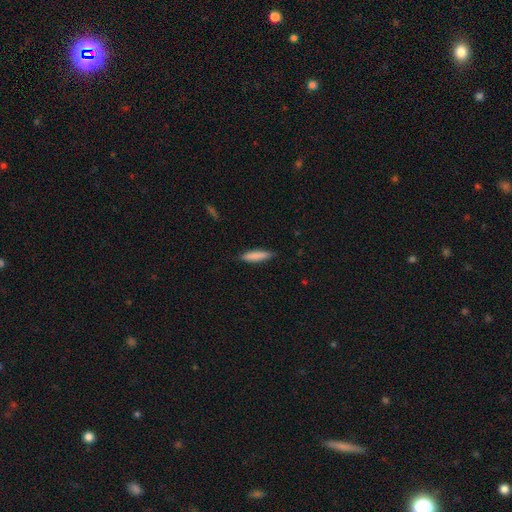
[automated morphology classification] The model was most divided on "how rounded": cigar-shaped: 77%, in between: 22%, round: 1%. More confident: merging — none (85%); smooth or featured — smooth (84%).